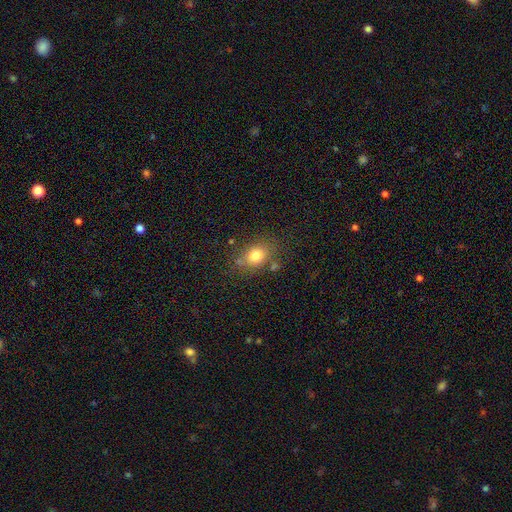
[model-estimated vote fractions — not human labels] The model was most divided on "how rounded": in between: 57%, round: 41%, cigar-shaped: 2%. More confident: smooth or featured — smooth (77%); merging — none (71%).